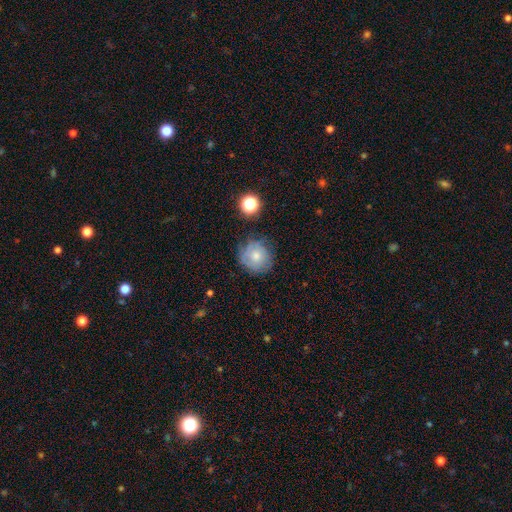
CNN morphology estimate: Smooth or featured?
  - smooth: 54% *
  - featured or disk: 34%
  - star or artifact: 11%
How rounded?
  - round: 89% *
  - in between: 10%
  - cigar-shaped: 1%
Merging?
  - none: 67% *
  - minor disturbance: 22%
  - major disturbance: 8%
  - merger: 3%